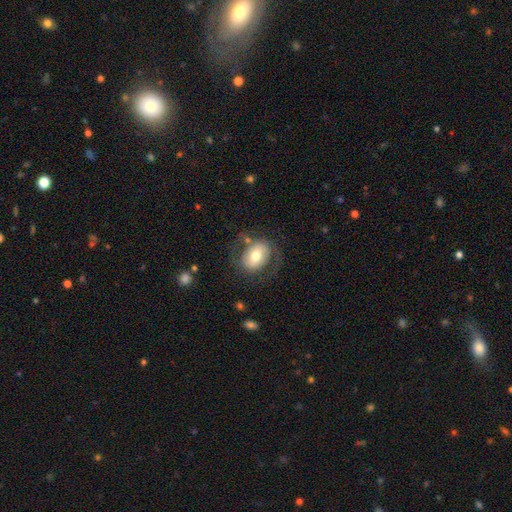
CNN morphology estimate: Smooth or featured: smooth — 47% (featured or disk — 46%)
Merging: none — 65% (minor disturbance — 17%)